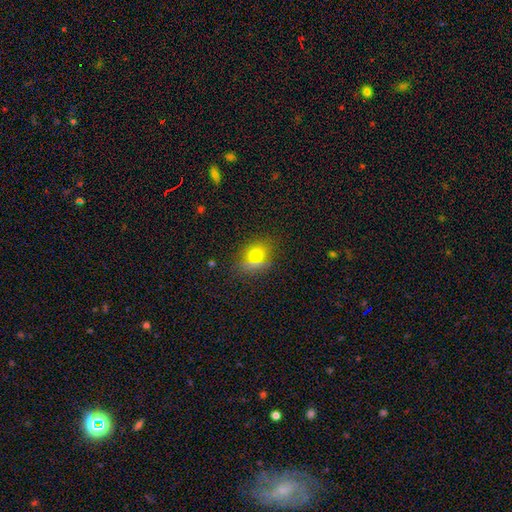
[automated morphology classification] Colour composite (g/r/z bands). It shows a smooth galaxy with no disk features (68%) that is round (60%). Merging: none (82%).